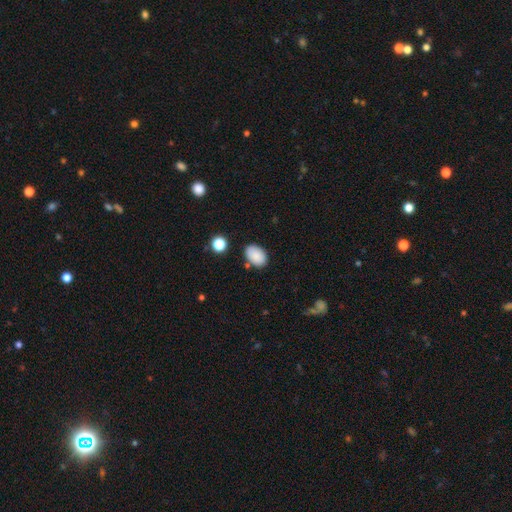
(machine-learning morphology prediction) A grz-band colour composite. It shows a smooth galaxy with no disk features (87%) that is in between round and cigar-shaped (88%). Merging: none (79%).